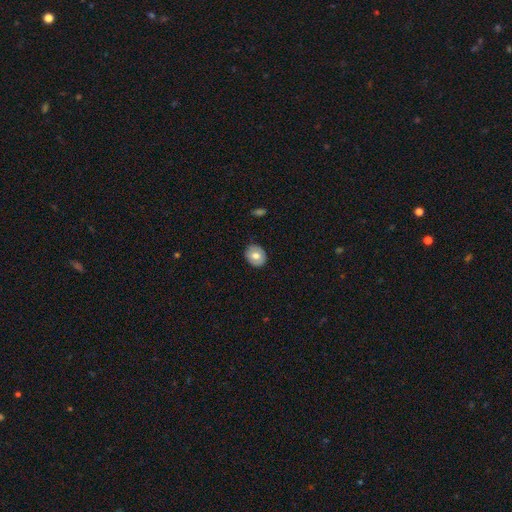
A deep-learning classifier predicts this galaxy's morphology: A smooth galaxy with no disk features (67%) that is round (65%).

Vote fractions:
- Smooth or featured? smooth: 67% / featured or disk: 26% / star or artifact: 7%
- How rounded? round: 65% / in between: 34% / cigar-shaped: 1%
- Merging? none: 85% / minor disturbance: 11% / major disturbance: 2% / merger: 1%